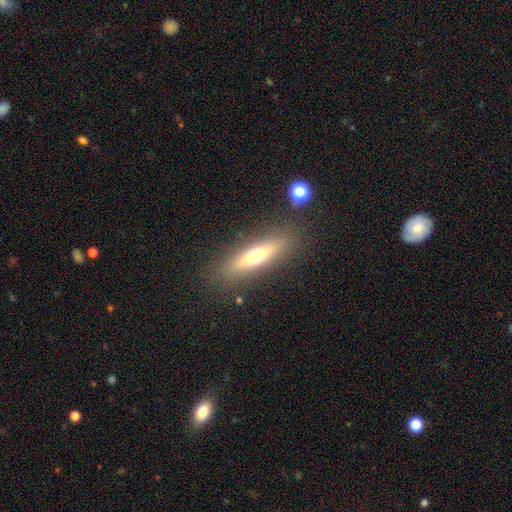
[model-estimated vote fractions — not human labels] Smooth or featured?
  - smooth: 52% *
  - featured or disk: 40%
  - star or artifact: 8%
How rounded?
  - cigar-shaped: 75% *
  - in between: 23%
  - round: 2%
Merging?
  - none: 86% *
  - minor disturbance: 9%
  - major disturbance: 3%
  - merger: 2%